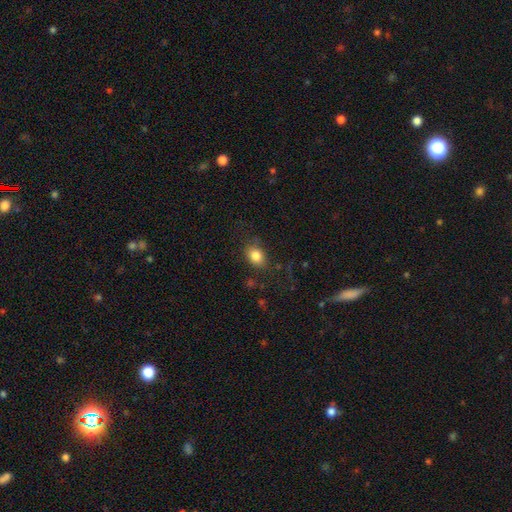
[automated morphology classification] This is clearly a smooth galaxy (83%). How rounded: likely in between (67%). Merging: likely none (76%).